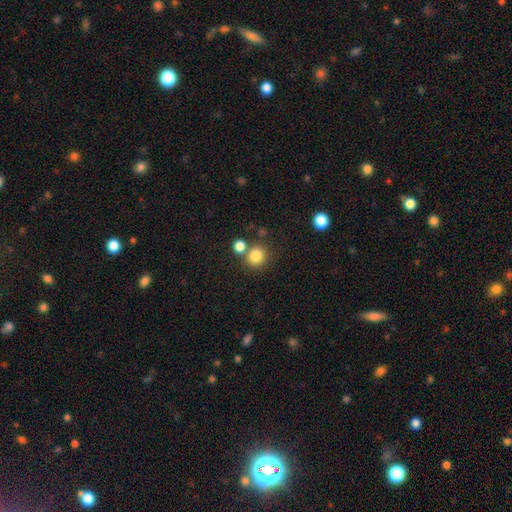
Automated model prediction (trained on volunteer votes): Smooth or featured: smooth — 83% (star or artifact — 12%)
How rounded: round — 88% (in between — 12%)
Merging: none — 70% (merger — 18%)